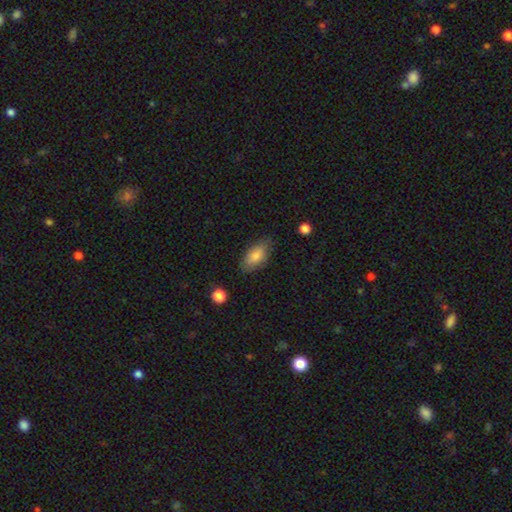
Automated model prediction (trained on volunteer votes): Smooth or featured? smooth (80%)
How rounded? in between (89%)
Merging? none (77%)